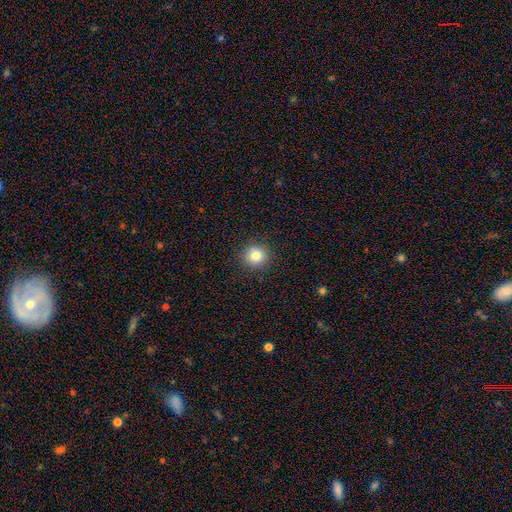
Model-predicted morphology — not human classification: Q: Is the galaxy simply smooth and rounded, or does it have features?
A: smooth — 81%.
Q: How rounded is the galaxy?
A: round — 93%.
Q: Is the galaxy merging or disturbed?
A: none — 91%.